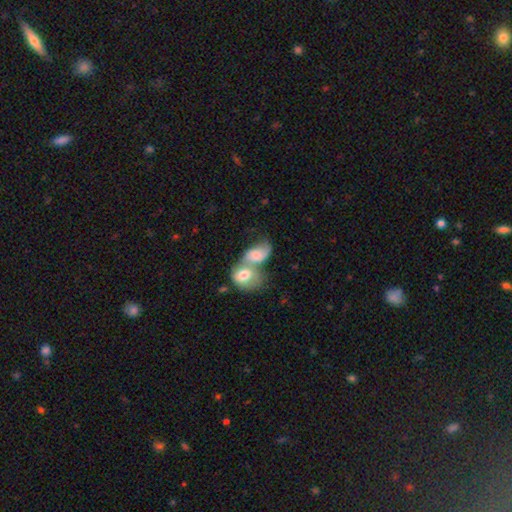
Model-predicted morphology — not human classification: This appears to be a smooth galaxy with no disk features (48%). Merging: merger (75%).